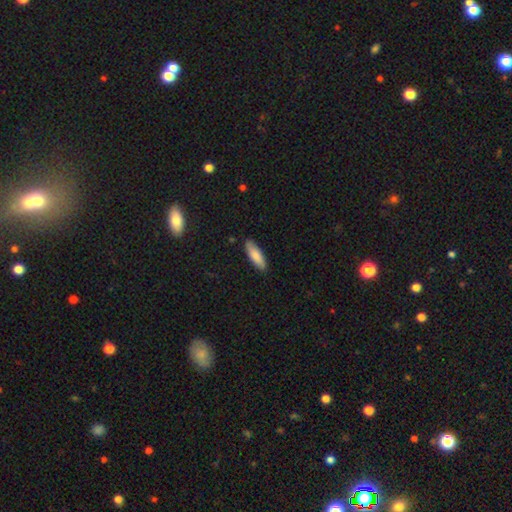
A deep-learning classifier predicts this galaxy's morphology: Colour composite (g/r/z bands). It shows a smooth galaxy with no disk features (83%) that is in between round and cigar-shaped (53%). Merging: none (86%).